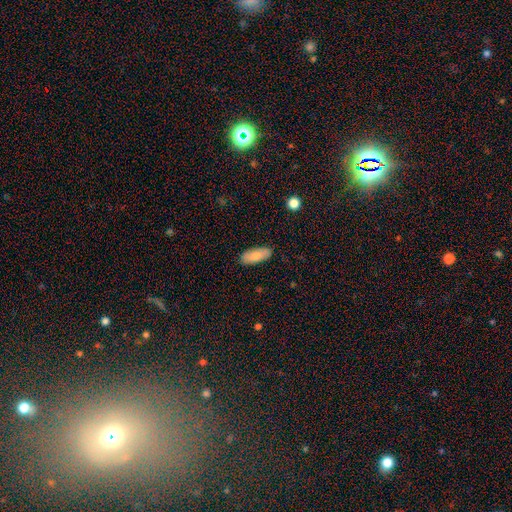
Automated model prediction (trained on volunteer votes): This is clearly a smooth galaxy (83%). How rounded: clearly in between (80%). Merging: clearly none (86%).